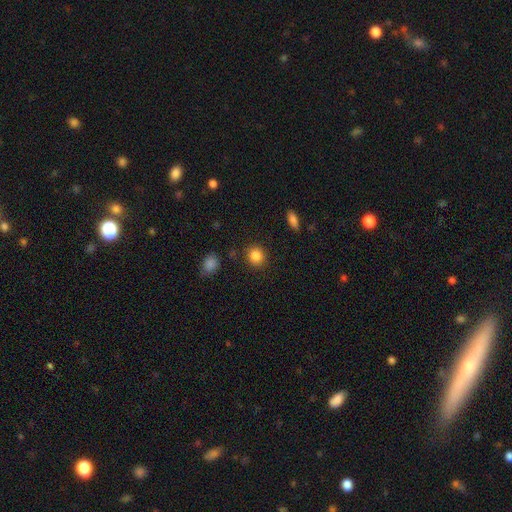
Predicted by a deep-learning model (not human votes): A smooth galaxy with no disk features (86%) that is round (82%). Merging: none (88%).